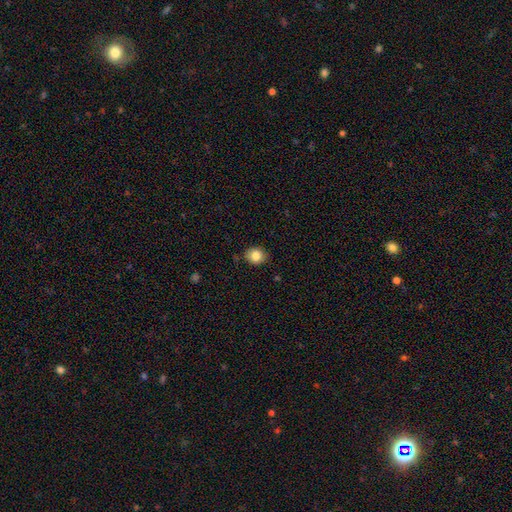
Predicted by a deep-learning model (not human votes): Smooth or featured? Predicted: smooth (p=0.84). How rounded? Predicted: round (p=0.71). Merging? Predicted: none (p=0.85).